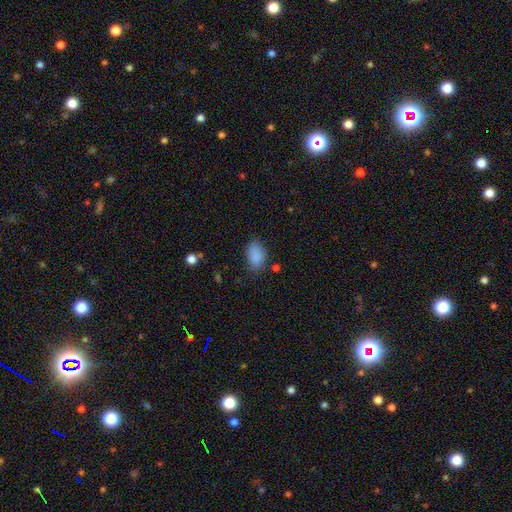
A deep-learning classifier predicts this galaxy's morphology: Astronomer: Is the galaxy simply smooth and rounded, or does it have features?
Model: smooth — 87%.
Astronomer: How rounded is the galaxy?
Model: in between — 90%.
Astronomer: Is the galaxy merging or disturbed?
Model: none — 72%.